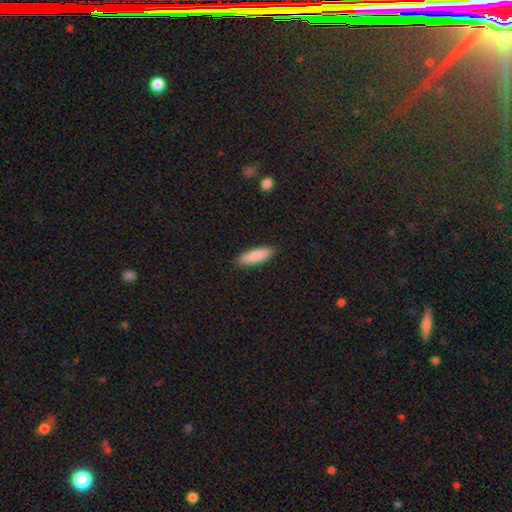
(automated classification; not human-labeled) smooth-or-featured: smooth: 87% | featured or disk: 7% | star or artifact: 6%
  how-rounded: cigar-shaped: 65% | in between: 34% | round: 2%
  merging: none: 91% | minor disturbance: 7% | major disturbance: 2% | merger: 1%